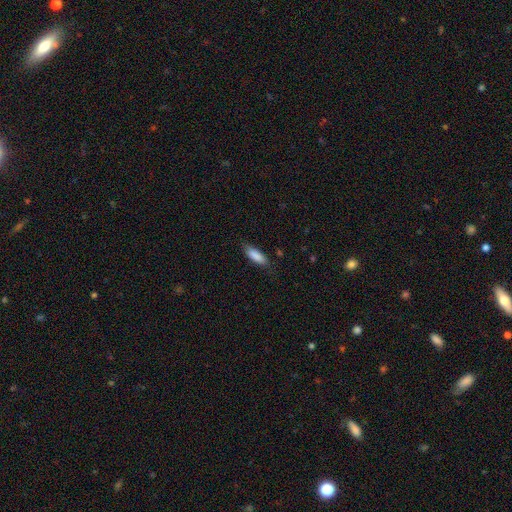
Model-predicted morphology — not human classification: A smooth galaxy with no disk features (87%) that is in between round and cigar-shaped (60%). Merging: none (78%).